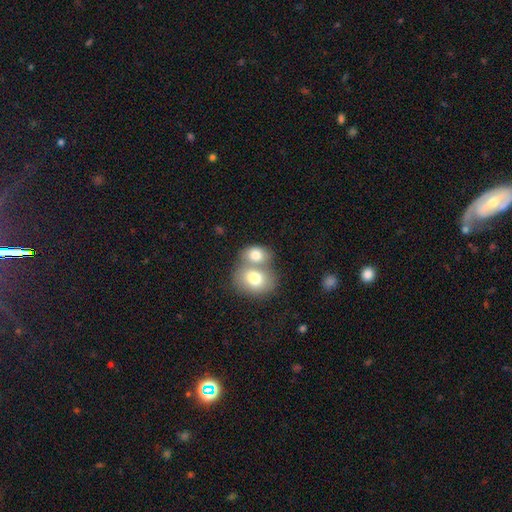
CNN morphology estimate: smooth-or-featured: smooth: 77% | featured or disk: 15% | star or artifact: 8%
  how-rounded: round: 52% | in between: 47% | cigar-shaped: 1%
  merging: merger: 62% | none: 28% | minor disturbance: 7% | major disturbance: 3%